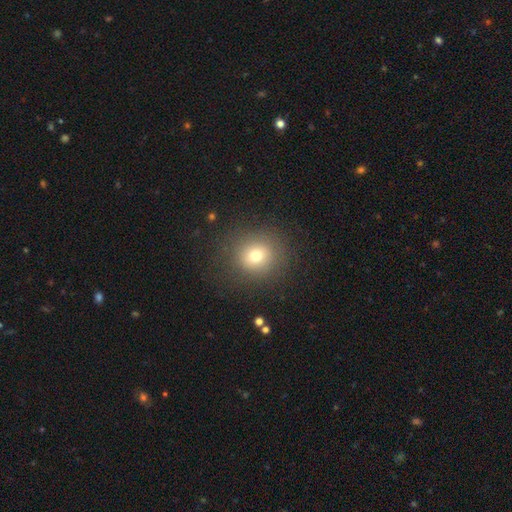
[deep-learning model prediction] Smooth or featured? Predicted: smooth (p=0.73). How rounded? Predicted: round (p=0.89). Merging? Predicted: none (p=0.85).